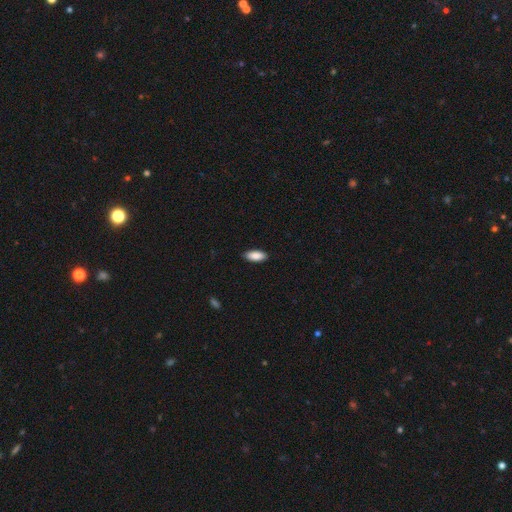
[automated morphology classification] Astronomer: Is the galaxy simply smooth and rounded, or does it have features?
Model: smooth — 89%.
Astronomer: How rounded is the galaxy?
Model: in between — 85%.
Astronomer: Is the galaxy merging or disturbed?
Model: none — 89%.